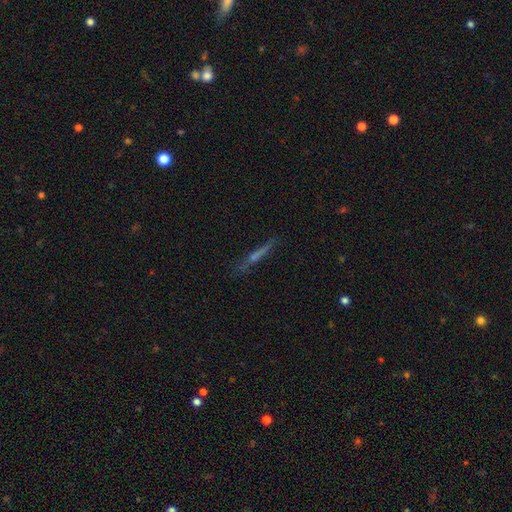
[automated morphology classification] smooth_or_featured: featured or disk (p=0.60) [alt: smooth p=0.29]
disk_edge_on: yes (p=0.94) [alt: no p=0.06]
edge_on_bulge: rounded (p=0.47) [alt: none p=0.44]
merging: none (p=0.84) [alt: minor disturbance p=0.12]